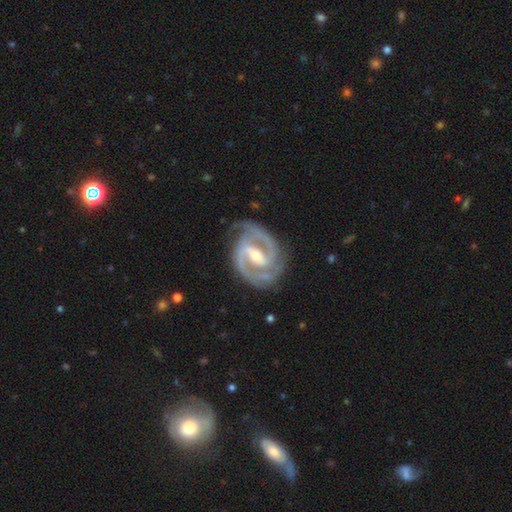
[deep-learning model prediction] Smooth or featured? featured or disk (94%)
Edge-on disk? no (98%)
Bar? strong (53%)
Spiral arms? yes (99%)
Spiral winding? medium (49%)
Spiral arm count? 2 (87%)
Bulge size? moderate (52%)
Merging? none (77%)